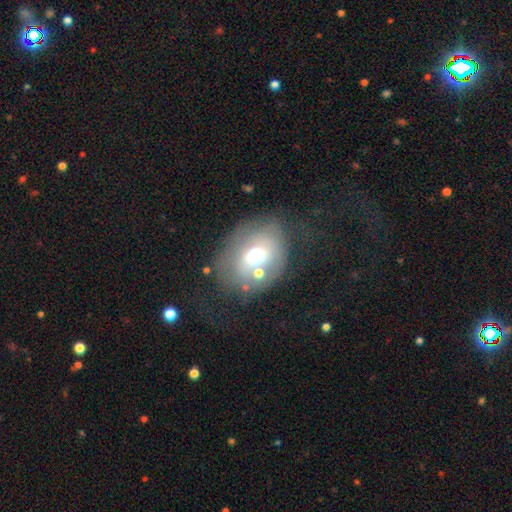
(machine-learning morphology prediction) A smooth galaxy with no disk features (53%) that is in between round and cigar-shaped (50%).

Vote fractions:
- Smooth or featured? smooth: 53% / featured or disk: 34% / star or artifact: 14%
- How rounded? in between: 50% / round: 49% / cigar-shaped: 1%
- Merging? none: 48% / minor disturbance: 22% / major disturbance: 17% / merger: 13%